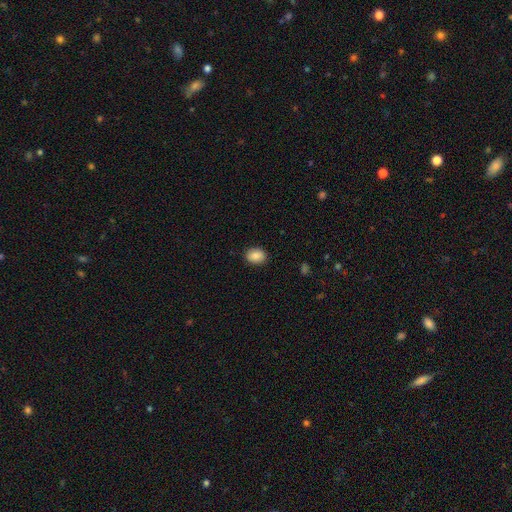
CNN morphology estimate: This appears to be a smooth galaxy with no disk features (86%) that is in between round and cigar-shaped (63%). Merging: none (89%).